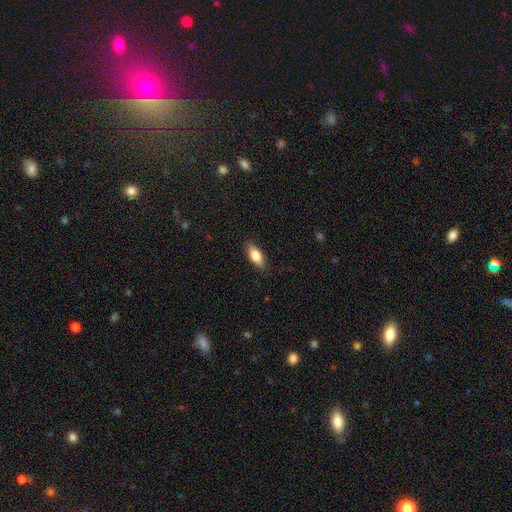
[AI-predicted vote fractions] The model was most divided on "smooth or featured": smooth: 79%, featured or disk: 14%, star or artifact: 7%. More confident: merging — none (86%); how rounded — in between (82%).